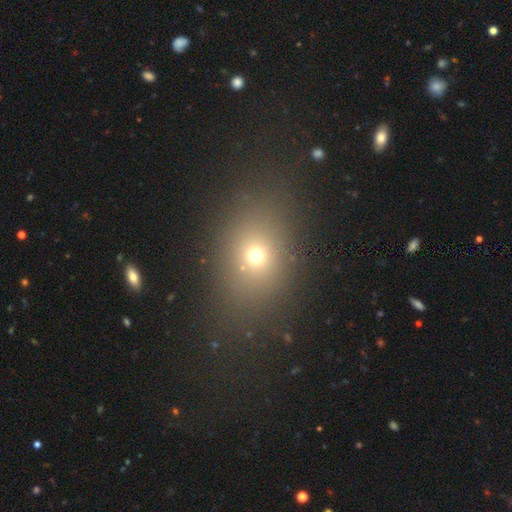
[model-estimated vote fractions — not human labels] This is likely a smooth galaxy (67%). How rounded: possibly in between (57%). Merging: likely none (78%).